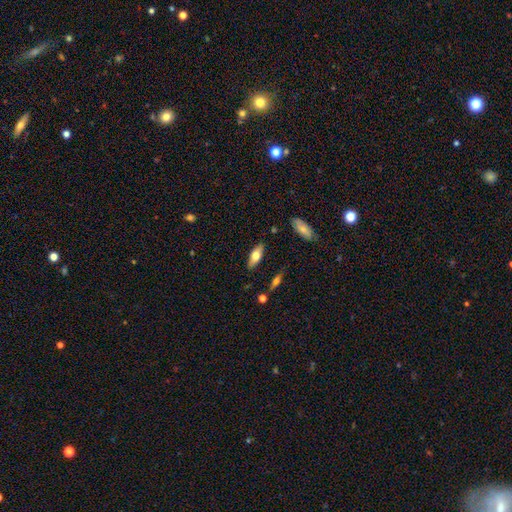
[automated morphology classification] Overall: smooth (59%; featured or disk 35%). How rounded: in between (72%). Merging: none (85%).